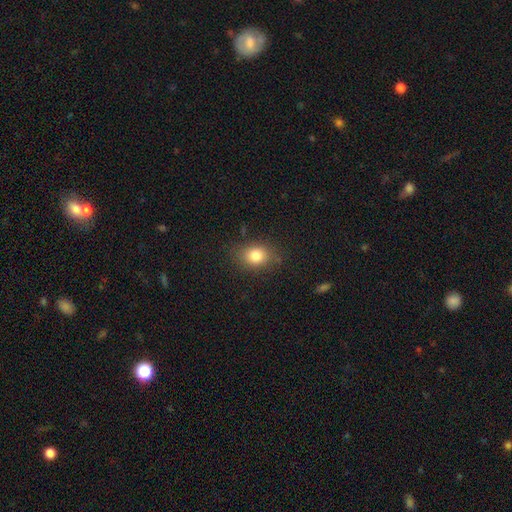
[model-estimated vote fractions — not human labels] Morphology: type=smooth (81%); roundness=in between (56%); merging=none (80%).